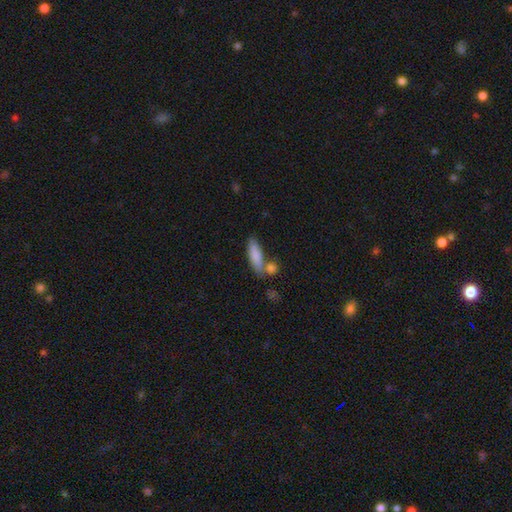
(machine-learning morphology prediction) This appears to be a smooth galaxy with no disk features (83%) that is cigar-shaped (49%). Merging: none (60%).